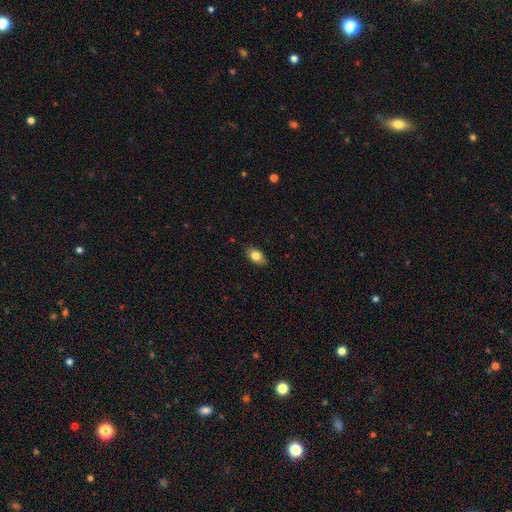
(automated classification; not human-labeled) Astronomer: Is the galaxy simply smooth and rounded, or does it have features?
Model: smooth — 81%.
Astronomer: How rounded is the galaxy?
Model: in between — 89%.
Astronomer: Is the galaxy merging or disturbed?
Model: none — 86%.